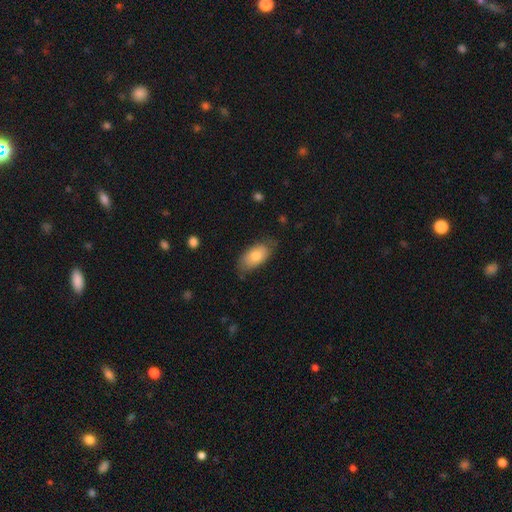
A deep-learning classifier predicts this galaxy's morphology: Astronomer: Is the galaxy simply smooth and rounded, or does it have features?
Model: smooth — 75%.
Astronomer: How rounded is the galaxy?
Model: in between — 93%.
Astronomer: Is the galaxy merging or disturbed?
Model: none — 70%.